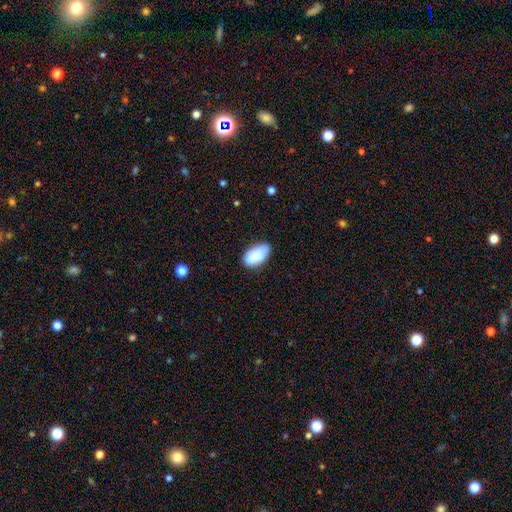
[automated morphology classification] smooth 86%, featured or disk 7%, star or artifact 7%. Down the decision tree: how rounded — in between (94%); merging — none (75%).